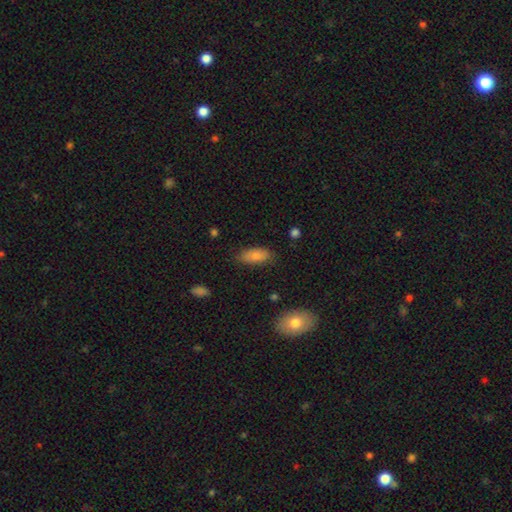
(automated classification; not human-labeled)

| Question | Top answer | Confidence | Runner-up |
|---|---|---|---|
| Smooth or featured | smooth | 82% | featured or disk (10%) |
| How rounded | in between | 85% | cigar-shaped (13%) |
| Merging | none | 79% | minor disturbance (16%) |